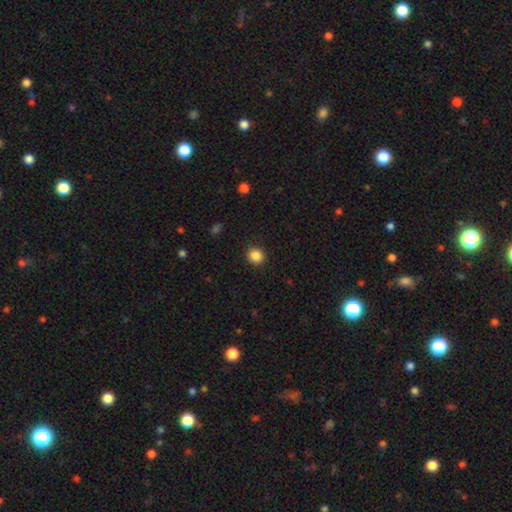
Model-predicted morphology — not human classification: A smooth galaxy with no disk features (87%) that is round (89%).

Vote fractions:
- Smooth or featured? smooth: 87% / star or artifact: 10% / featured or disk: 3%
- How rounded? round: 89% / in between: 11% / cigar-shaped: 1%
- Merging? none: 91% / minor disturbance: 6% / major disturbance: 2% / merger: 1%